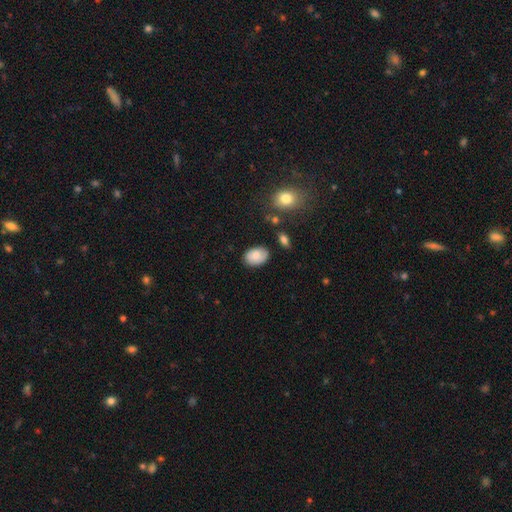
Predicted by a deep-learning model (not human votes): A smooth galaxy with no disk features (81%) that is in between round and cigar-shaped (85%). Merging: none (79%).